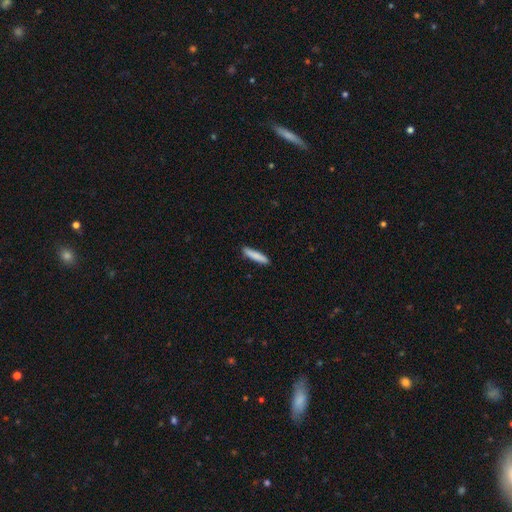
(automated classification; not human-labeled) A smooth galaxy with no disk features (84%) that is cigar-shaped (90%).

Vote fractions:
- Smooth or featured? smooth: 84% / featured or disk: 11% / star or artifact: 6%
- How rounded? cigar-shaped: 90% / in between: 9% / round: 1%
- Merging? none: 89% / minor disturbance: 8% / major disturbance: 2% / merger: 1%